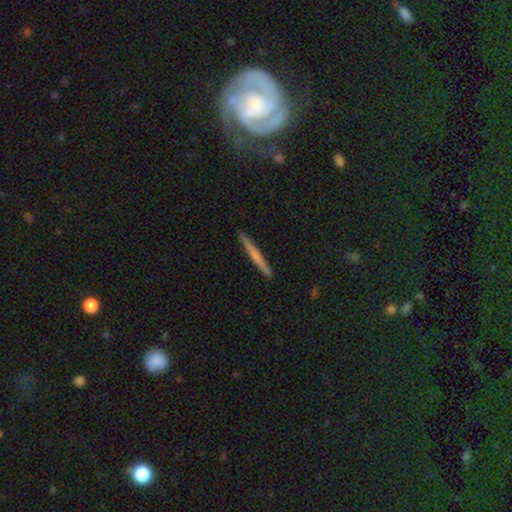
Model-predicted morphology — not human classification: A smooth galaxy with no disk features (53%) that is cigar-shaped (96%). Merging: none (91%).